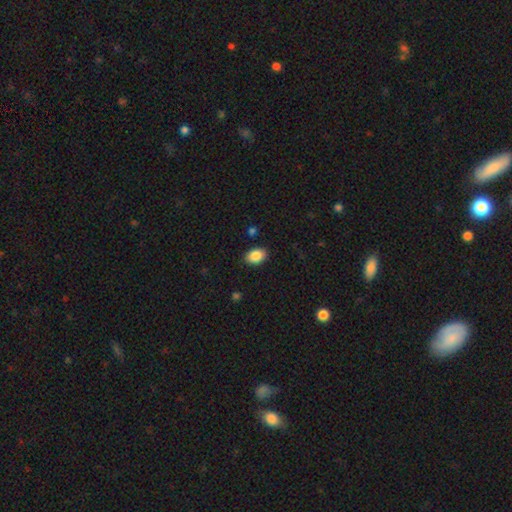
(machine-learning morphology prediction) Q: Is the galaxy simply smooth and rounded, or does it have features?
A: smooth — 88%.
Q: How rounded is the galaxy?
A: in between — 84%.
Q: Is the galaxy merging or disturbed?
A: none — 89%.